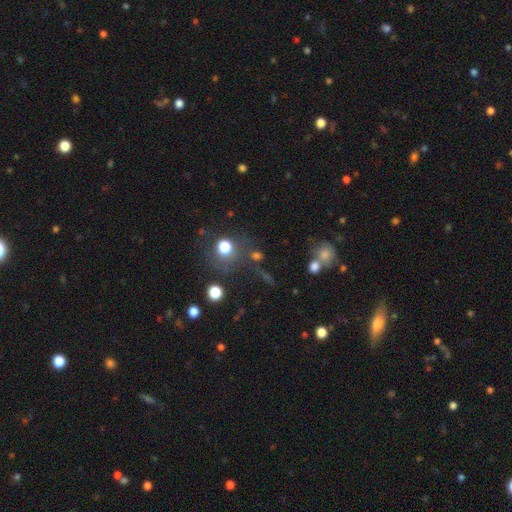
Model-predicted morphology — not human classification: smooth-or-featured: smooth: 51% | star or artifact: 37% | featured or disk: 12%
  how-rounded: round: 82% | in between: 14% | cigar-shaped: 4%
  merging: none: 70% | merger: 12% | minor disturbance: 11% | major disturbance: 7%